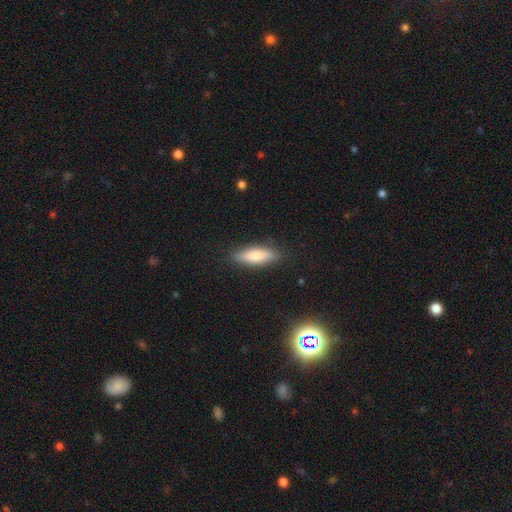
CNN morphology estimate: A smooth galaxy with no disk features (72%) that is cigar-shaped (55%).

Vote fractions:
- Smooth or featured? smooth: 72% / featured or disk: 22% / star or artifact: 6%
- How rounded? cigar-shaped: 55% / in between: 43% / round: 2%
- Merging? none: 87% / minor disturbance: 10% / major disturbance: 2% / merger: 1%